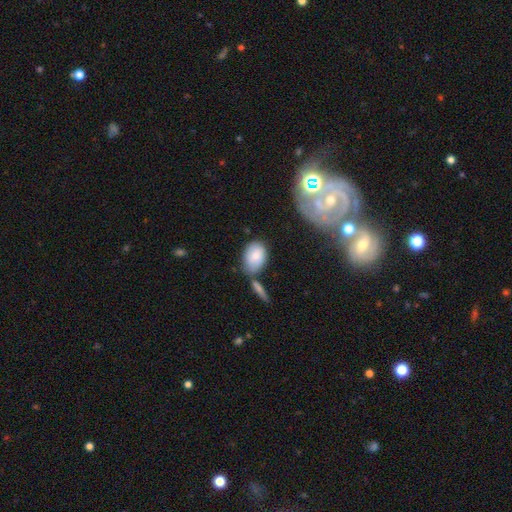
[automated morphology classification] A smooth galaxy with no disk features (77%) that is in between round and cigar-shaped (83%). Merging: none (53%).